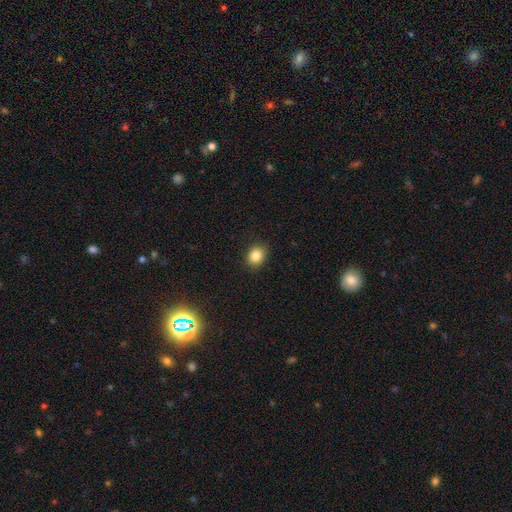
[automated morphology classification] This appears to be a smooth galaxy with no disk features (85%) that is round (60%). Merging: none (89%).